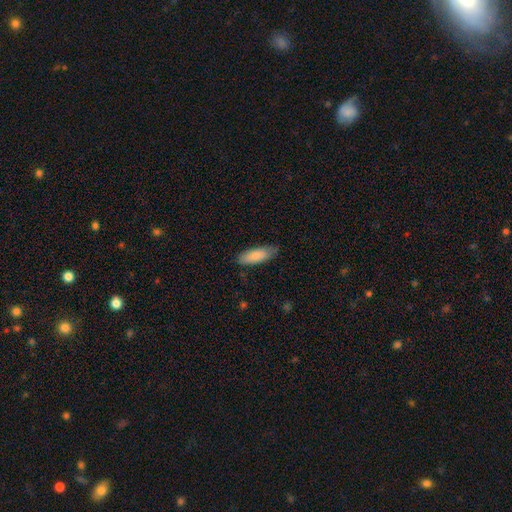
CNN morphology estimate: smooth_or_featured: smooth (p=0.86) [alt: featured or disk p=0.09]
how_rounded: in between (p=0.64) [alt: cigar-shaped p=0.35]
merging: none (p=0.78) [alt: minor disturbance p=0.18]